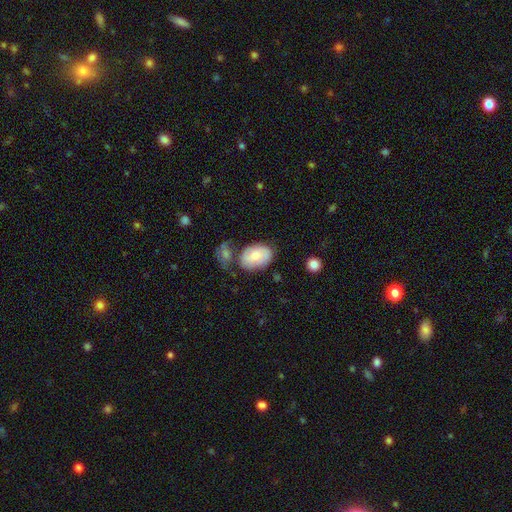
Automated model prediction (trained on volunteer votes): This is likely a smooth galaxy (70%). How rounded: clearly in between (84%). Merging: possibly none (53%).